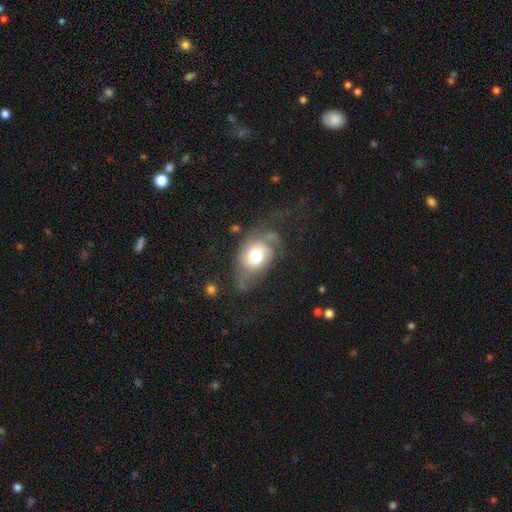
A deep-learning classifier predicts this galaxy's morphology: smooth-or-featured: smooth: 52% | featured or disk: 40% | star or artifact: 9%
  how-rounded: in between: 57% | round: 42% | cigar-shaped: 2%
  merging: major disturbance: 37% | none: 33% | minor disturbance: 26% | merger: 5%